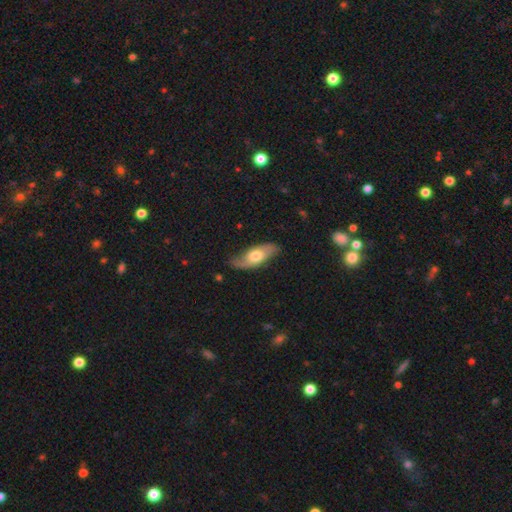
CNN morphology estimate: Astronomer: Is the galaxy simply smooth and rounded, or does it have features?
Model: smooth — 48% (runner-up: featured or disk, 47%).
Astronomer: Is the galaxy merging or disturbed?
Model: none — 67%.